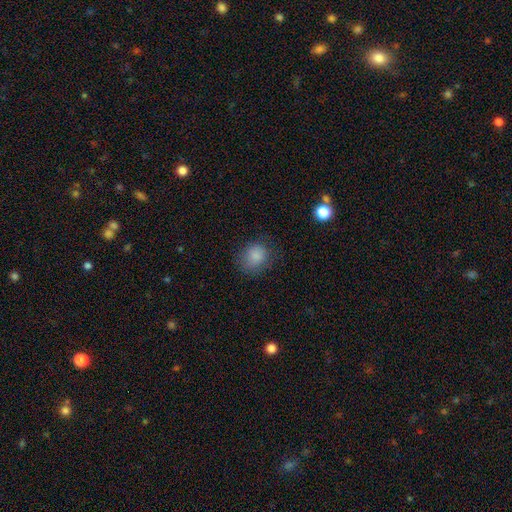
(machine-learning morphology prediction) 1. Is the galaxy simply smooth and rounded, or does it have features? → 85% smooth, 10% star or artifact, 5% featured or disk.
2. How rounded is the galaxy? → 70% round, 29% in between, 1% cigar-shaped.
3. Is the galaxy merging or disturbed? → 77% none, 16% minor disturbance, 6% major disturbance, 1% merger.